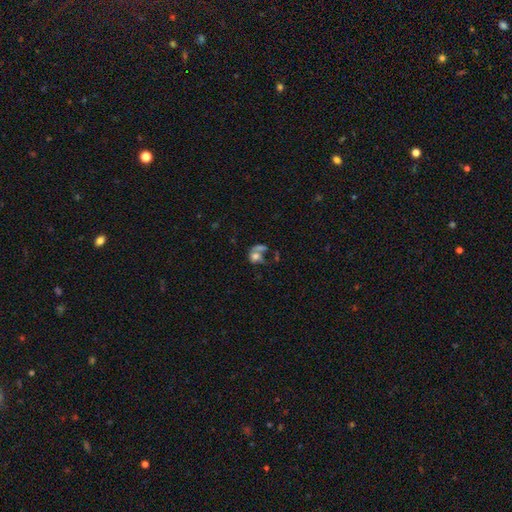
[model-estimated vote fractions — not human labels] This appears to be a smooth galaxy with no disk features (54%) that is in between round and cigar-shaped (57%). Merging: merger (43%).